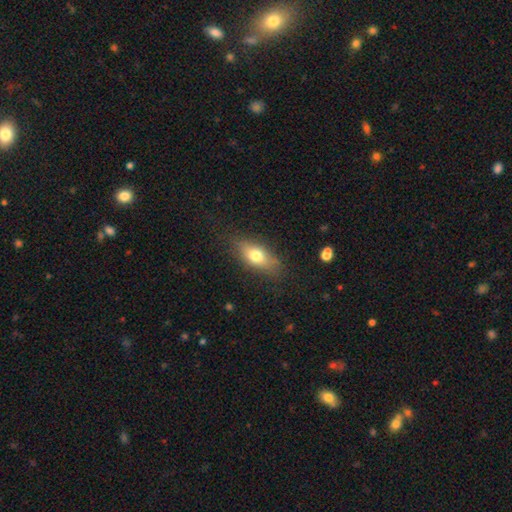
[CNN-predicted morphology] type=smooth (70%); roundness=in between (78%); merging=none (79%).